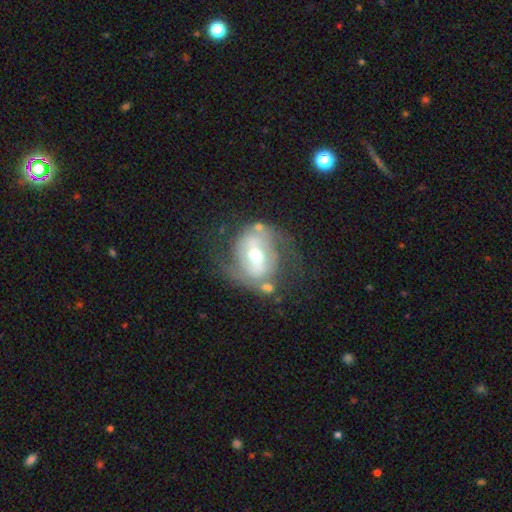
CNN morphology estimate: A featured or disk galaxy (67%) with a strong bar (36%), spiral arms (59%) and a moderate central bulge (68%). Merging: none (54%).